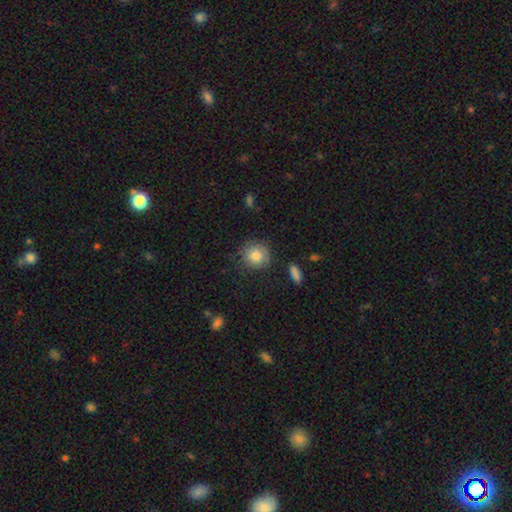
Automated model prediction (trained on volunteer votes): This is likely a smooth galaxy (80%). How rounded: clearly round (87%). Merging: likely none (72%).